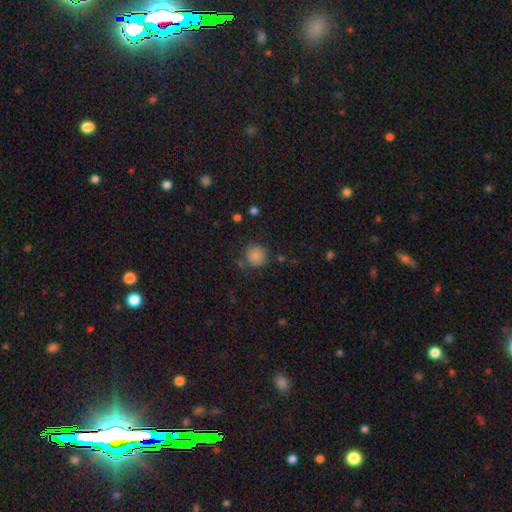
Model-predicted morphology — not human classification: smooth-or-featured: smooth: 85% | star or artifact: 11% | featured or disk: 4%
  how-rounded: round: 91% | in between: 8% | cigar-shaped: 1%
  merging: none: 81% | minor disturbance: 11% | merger: 4% | major disturbance: 4%